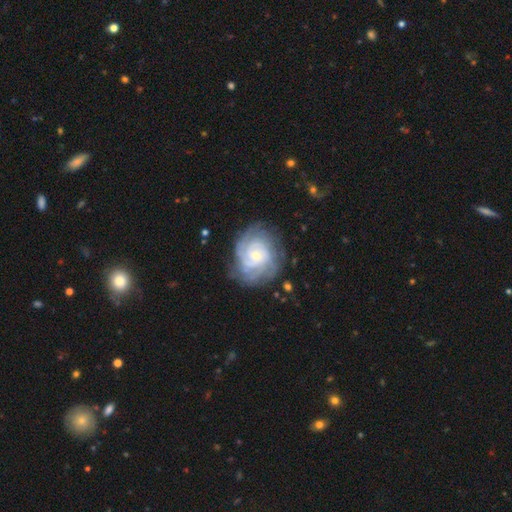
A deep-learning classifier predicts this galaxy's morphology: smooth-or-featured: featured or disk: 85% | smooth: 9% | star or artifact: 6%
  disk-edge-on: no: 98% | yes: 2%
    bar: no: 69% | weak: 26% | strong: 5%
    has-spiral-arms: yes: 96% | no: 4%
      spiral-winding: tight: 71% | medium: 24% | loose: 5%
      spiral-arm-count: can't tell: 32% | 4: 21% | 3: 19% | 2: 14% | more than 4: 9% | 1: 6%
    bulge-size: small: 71% | moderate: 25% | large: 2% | none: 2% | dominant: 1%
  merging: none: 75% | minor disturbance: 16% | major disturbance: 7% | merger: 2%